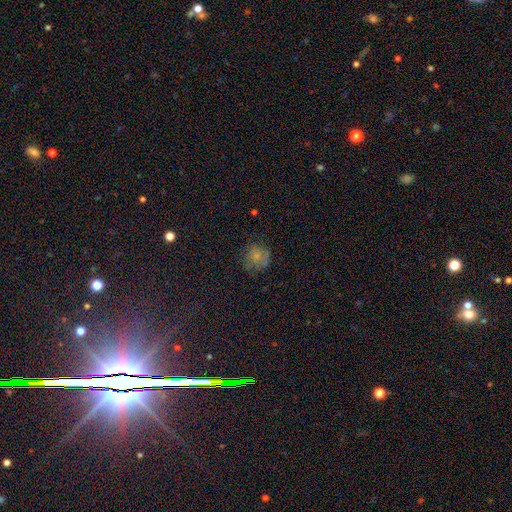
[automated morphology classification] A smooth galaxy with no disk features (66%) that is round (85%). Merging: none (68%).